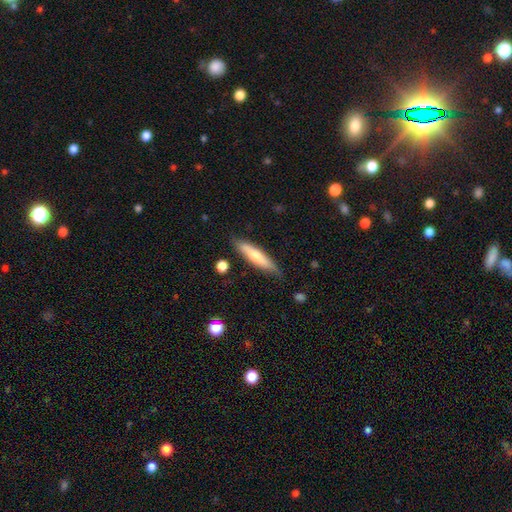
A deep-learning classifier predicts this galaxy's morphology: A smooth galaxy with no disk features (65%) that is cigar-shaped (82%).

Vote fractions:
- Smooth or featured? smooth: 65% / featured or disk: 29% / star or artifact: 6%
- How rounded? cigar-shaped: 82% / in between: 17% / round: 1%
- Merging? none: 80% / minor disturbance: 15% / major disturbance: 3% / merger: 2%